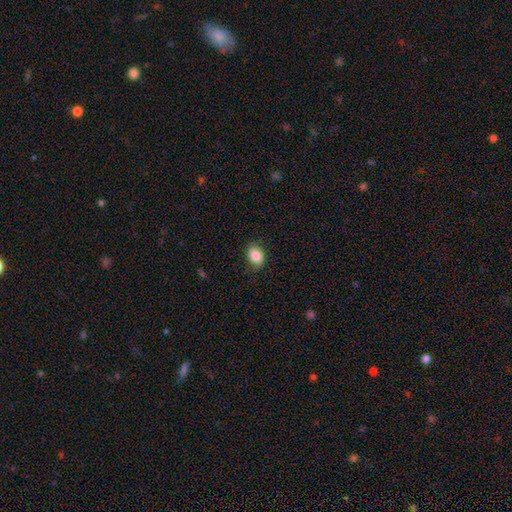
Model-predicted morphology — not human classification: This appears to be a smooth galaxy with no disk features (85%) that is in between round and cigar-shaped (68%). Merging: none (76%).